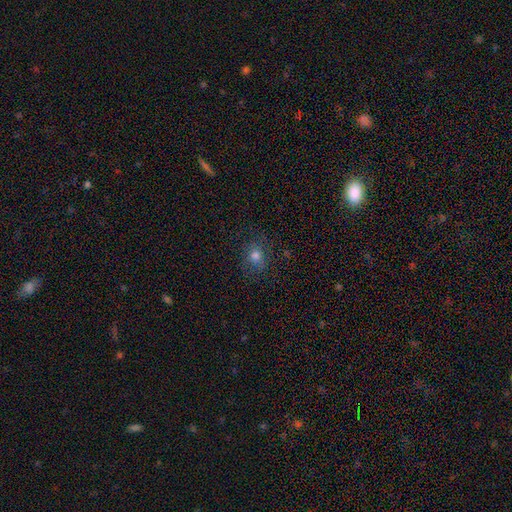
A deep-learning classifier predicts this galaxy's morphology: Smooth or featured? smooth (72%)
How rounded? round (68%)
Merging? none (80%)